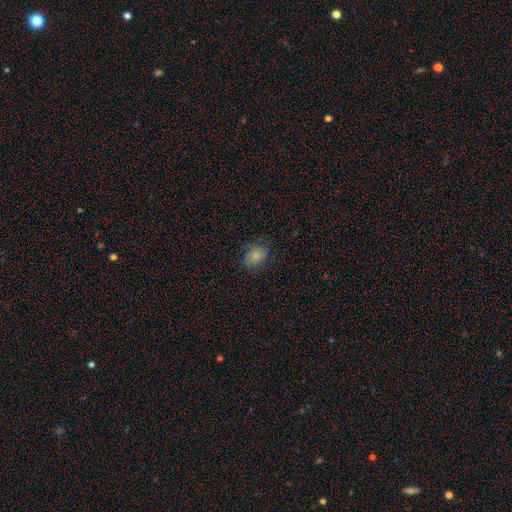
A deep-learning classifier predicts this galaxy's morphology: smooth-or-featured: smooth: 80% | featured or disk: 11% | star or artifact: 10%
  how-rounded: in between: 62% | round: 37% | cigar-shaped: 1%
  merging: none: 73% | minor disturbance: 20% | major disturbance: 6% | merger: 1%